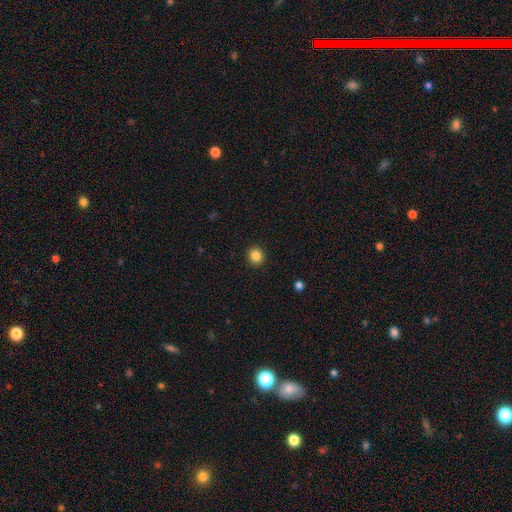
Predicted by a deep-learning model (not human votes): smooth_or_featured: smooth (p=0.85) [alt: star or artifact p=0.11]
how_rounded: round (p=0.92) [alt: in between p=0.07]
merging: none (p=0.93) [alt: minor disturbance p=0.05]